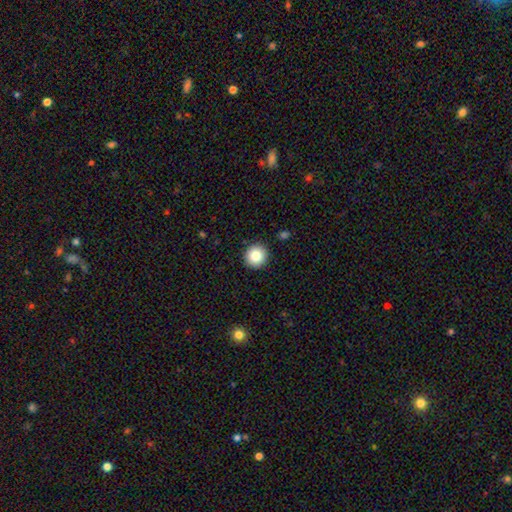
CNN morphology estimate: Smooth or featured?
  - smooth: 83% *
  - star or artifact: 10%
  - featured or disk: 7%
How rounded?
  - round: 93% *
  - in between: 6%
  - cigar-shaped: 1%
Merging?
  - none: 92% *
  - minor disturbance: 6%
  - major disturbance: 2%
  - merger: 1%